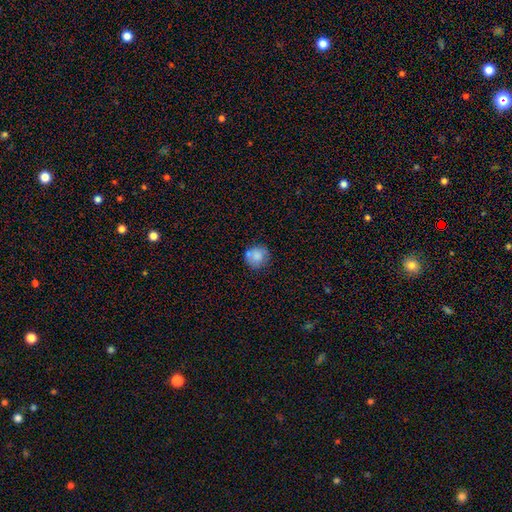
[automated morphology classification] Smooth or featured: smooth — 80% (featured or disk — 11%)
How rounded: round — 91% (in between — 9%)
Merging: none — 70% (minor disturbance — 16%)